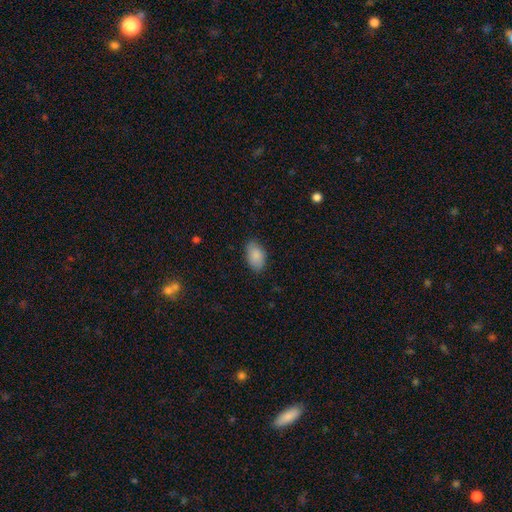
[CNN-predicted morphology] Smooth or featured?
  - smooth: 88% *
  - star or artifact: 6%
  - featured or disk: 6%
How rounded?
  - in between: 93% *
  - round: 6%
  - cigar-shaped: 1%
Merging?
  - none: 84% *
  - minor disturbance: 13%
  - major disturbance: 3%
  - merger: 1%